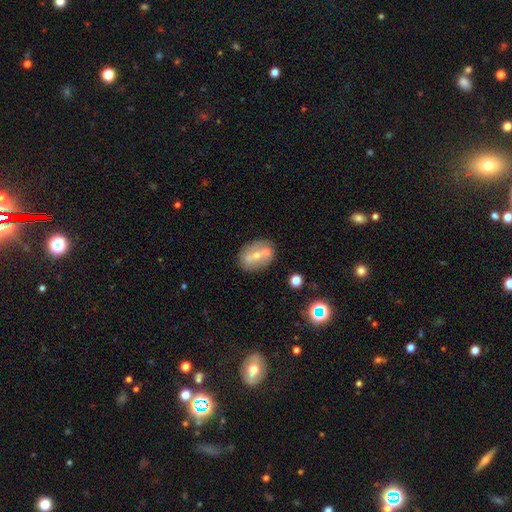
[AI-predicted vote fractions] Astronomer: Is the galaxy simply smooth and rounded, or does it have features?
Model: smooth — 46% (runner-up: featured or disk, 45%).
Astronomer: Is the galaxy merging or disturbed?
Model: none — 58%.